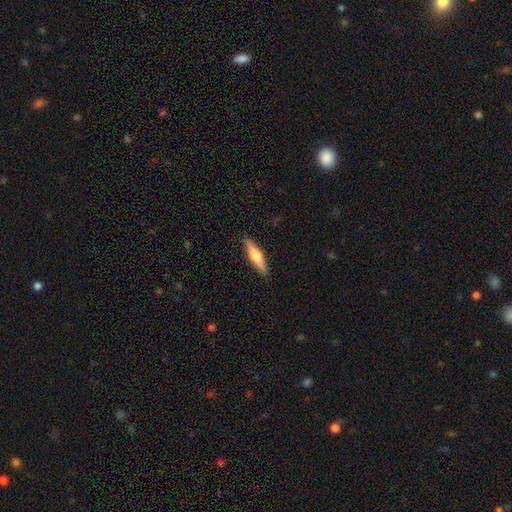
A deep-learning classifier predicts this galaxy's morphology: The model was most divided on "smooth or featured": featured or disk: 53%, smooth: 41%, star or artifact: 6%. More confident: edge-on disk — yes (95%); edge-on bulge — rounded (91%); merging — none (90%).